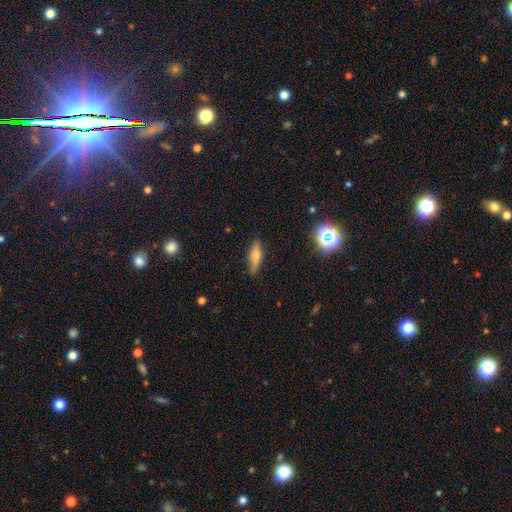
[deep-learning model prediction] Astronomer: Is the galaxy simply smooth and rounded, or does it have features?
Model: smooth — 60%.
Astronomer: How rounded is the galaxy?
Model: cigar-shaped — 59% (runner-up: in between, 38%).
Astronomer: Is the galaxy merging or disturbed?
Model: none — 82%.